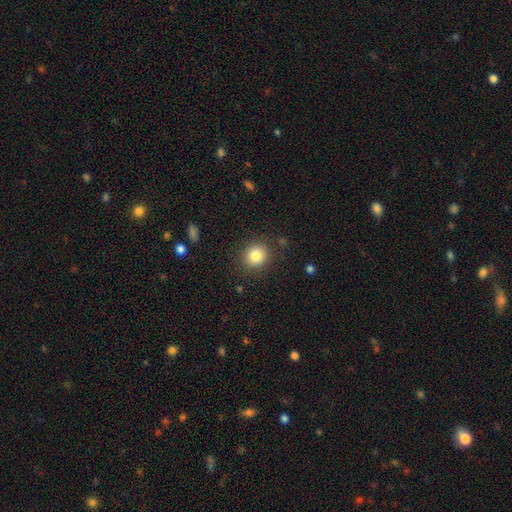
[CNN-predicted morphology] Q: Smooth or featured?
A: smooth (83%); runner-up: star or artifact (10%)
Q: How rounded?
A: round (80%); runner-up: in between (19%)
Q: Merging?
A: none (87%); runner-up: minor disturbance (8%)